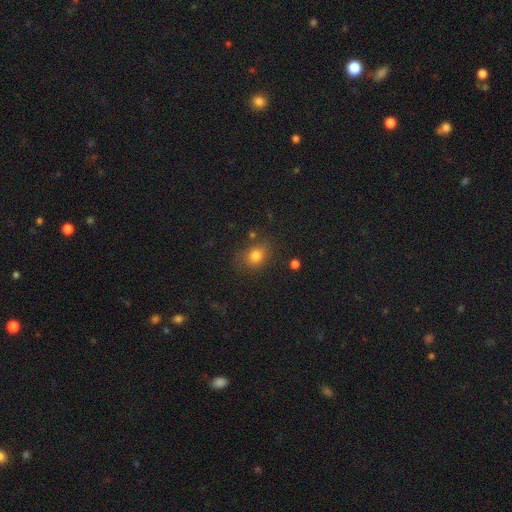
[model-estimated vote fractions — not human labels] Smooth or featured?
  - smooth: 79% *
  - star or artifact: 13%
  - featured or disk: 8%
How rounded?
  - round: 52% *
  - in between: 47%
  - cigar-shaped: 1%
Merging?
  - none: 75% *
  - minor disturbance: 16%
  - major disturbance: 5%
  - merger: 4%